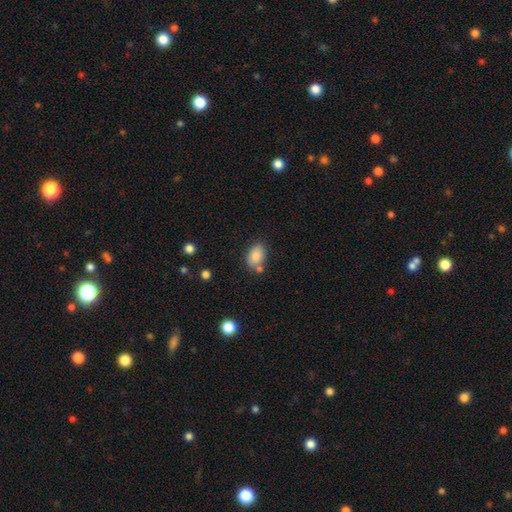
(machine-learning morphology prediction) Smooth or featured?
  - smooth: 85% *
  - star or artifact: 8%
  - featured or disk: 7%
How rounded?
  - in between: 84% *
  - round: 15%
  - cigar-shaped: 1%
Merging?
  - none: 66% *
  - minor disturbance: 16%
  - merger: 14%
  - major disturbance: 4%